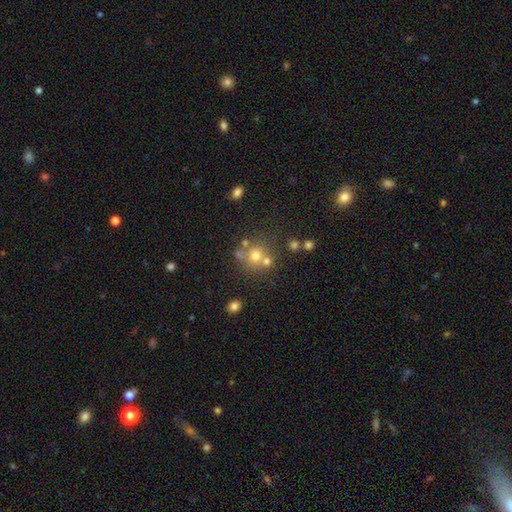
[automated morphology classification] This is likely a smooth galaxy (65%). How rounded: clearly round (87%). Merging: possibly none (58%).